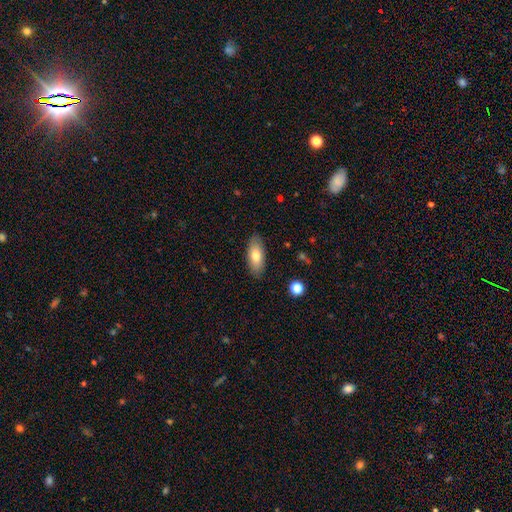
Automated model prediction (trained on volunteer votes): Smooth or featured?
  - smooth: 76% *
  - featured or disk: 17%
  - star or artifact: 6%
How rounded?
  - in between: 84% *
  - cigar-shaped: 14%
  - round: 3%
Merging?
  - none: 86% *
  - minor disturbance: 10%
  - major disturbance: 2%
  - merger: 1%